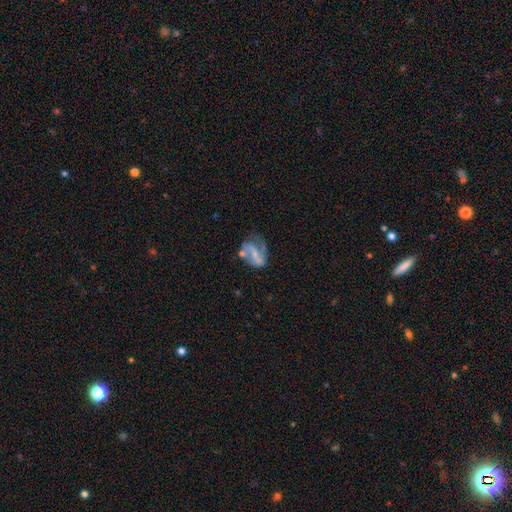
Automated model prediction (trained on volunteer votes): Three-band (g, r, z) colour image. It shows a featured or disk galaxy (66%) with a weak bar (41%), spiral arms (71%) and a small central bulge (38%). Merging: none (34%).